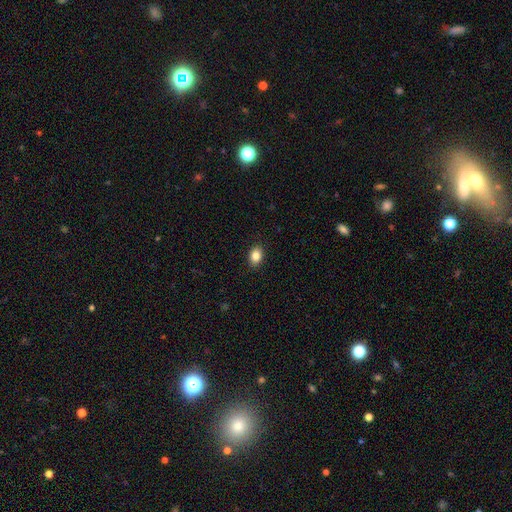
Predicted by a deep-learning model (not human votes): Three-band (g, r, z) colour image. It shows a smooth galaxy with no disk features (86%) that is in between round and cigar-shaped (73%). Merging: none (90%).